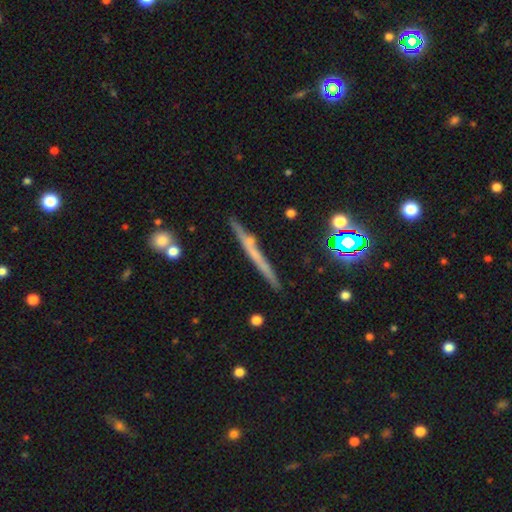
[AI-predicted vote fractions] This is possibly a featured or disk galaxy (53%). It is clearly viewed edge-on (96%). Edge-on bulge: clearly none (81%). Merging: clearly none (85%).